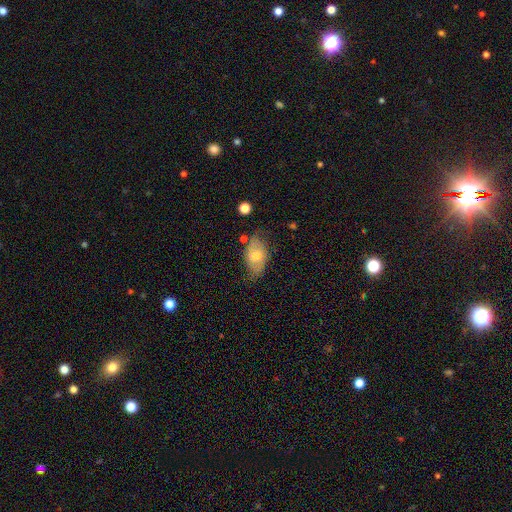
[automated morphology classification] Smooth or featured? Predicted: smooth (p=0.55). How rounded? Predicted: in between (p=0.89). Merging? Predicted: none (p=0.64).